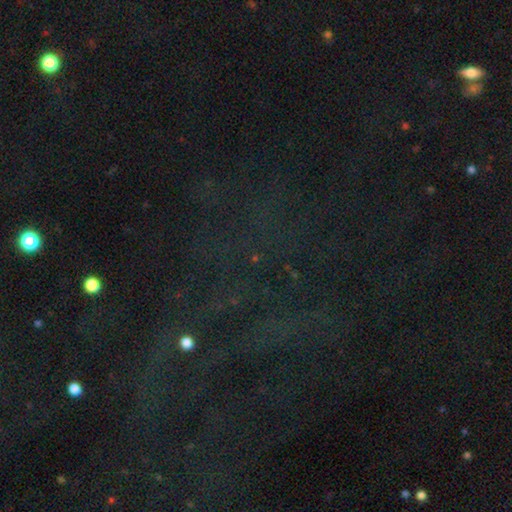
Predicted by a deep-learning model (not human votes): This appears to be a star or artifact, not a galaxy (77%).